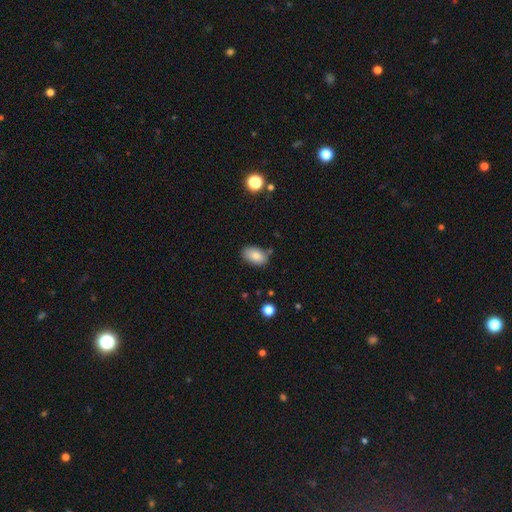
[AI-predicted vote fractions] Q: Smooth or featured?
A: smooth (85%); runner-up: star or artifact (8%)
Q: How rounded?
A: in between (91%); runner-up: round (8%)
Q: Merging?
A: none (80%); runner-up: minor disturbance (14%)